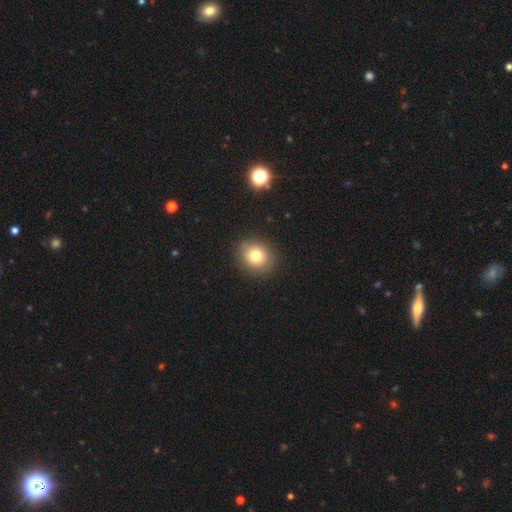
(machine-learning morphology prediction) Overall: smooth (78%). How rounded: round (77%). Merging: none (86%).